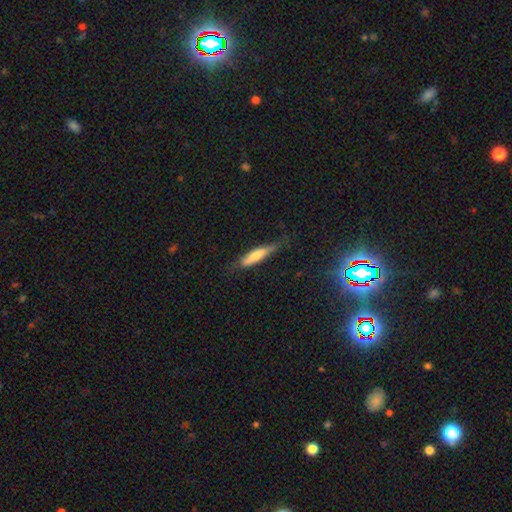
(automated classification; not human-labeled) Morphology: type=smooth (65%); roundness=cigar-shaped (80%); merging=none (63%).